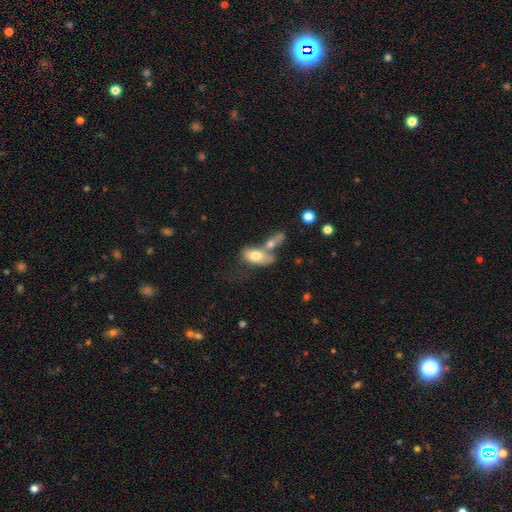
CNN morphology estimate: Q: Smooth or featured?
A: smooth (71%); runner-up: featured or disk (22%)
Q: How rounded?
A: in between (87%); runner-up: cigar-shaped (7%)
Q: Merging?
A: merger (56%); runner-up: none (24%)